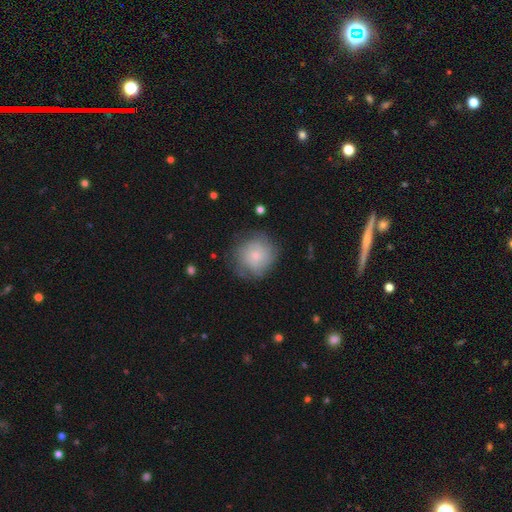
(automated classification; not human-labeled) This appears to be a smooth galaxy with no disk features (51%) that is round (88%). Merging: none (74%).